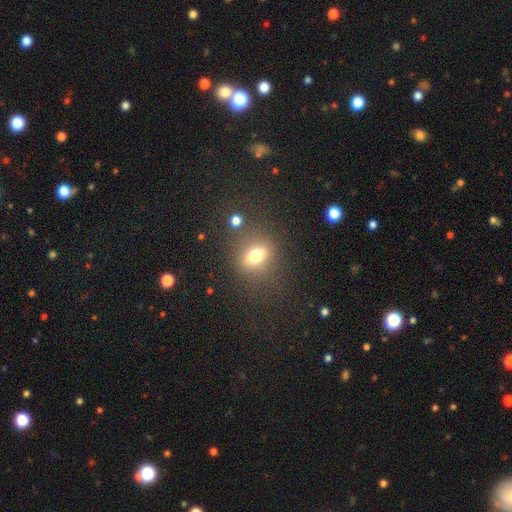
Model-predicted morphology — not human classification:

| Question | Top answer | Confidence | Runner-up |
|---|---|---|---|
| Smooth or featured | smooth | 73% | star or artifact (15%) |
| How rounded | in between | 54% | round (43%) |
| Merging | none | 77% | minor disturbance (12%) |